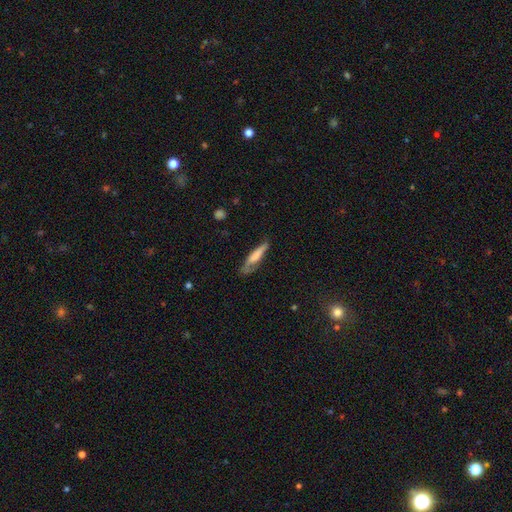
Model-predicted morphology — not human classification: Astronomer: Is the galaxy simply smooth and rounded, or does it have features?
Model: smooth — 61%.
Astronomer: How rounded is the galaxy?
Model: cigar-shaped — 81%.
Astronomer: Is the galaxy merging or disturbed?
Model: none — 57%.